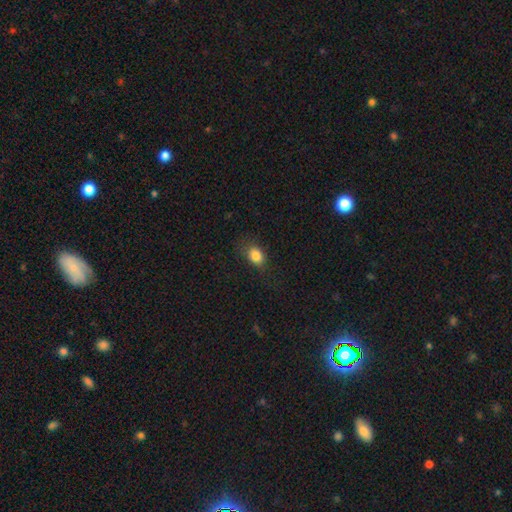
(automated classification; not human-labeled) Smooth or featured? Predicted: smooth (p=0.84). How rounded? Predicted: in between (p=0.72). Merging? Predicted: none (p=0.74).